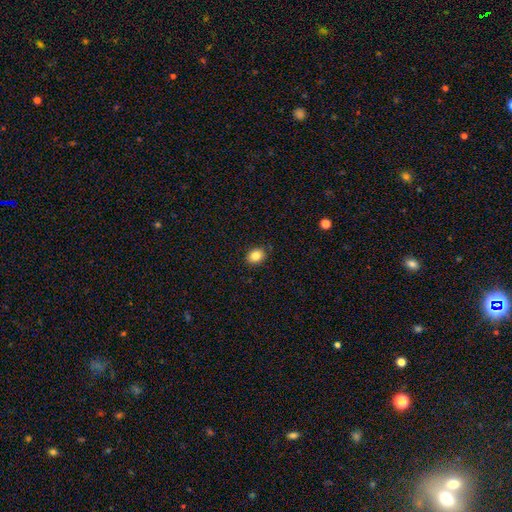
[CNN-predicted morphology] A smooth galaxy with no disk features (85%) that is in between round and cigar-shaped (53%).

Vote fractions:
- Smooth or featured? smooth: 85% / star or artifact: 9% / featured or disk: 6%
- How rounded? in between: 53% / round: 46% / cigar-shaped: 1%
- Merging? none: 86% / minor disturbance: 11% / major disturbance: 2% / merger: 1%